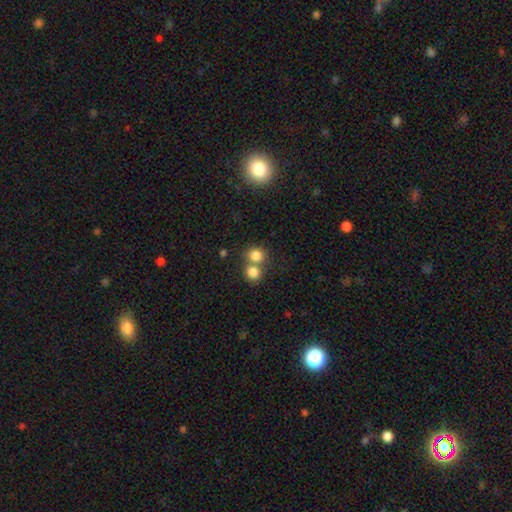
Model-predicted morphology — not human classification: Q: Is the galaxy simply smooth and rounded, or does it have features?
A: smooth — 81%.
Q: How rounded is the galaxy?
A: round — 82%.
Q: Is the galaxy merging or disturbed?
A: none — 47%.